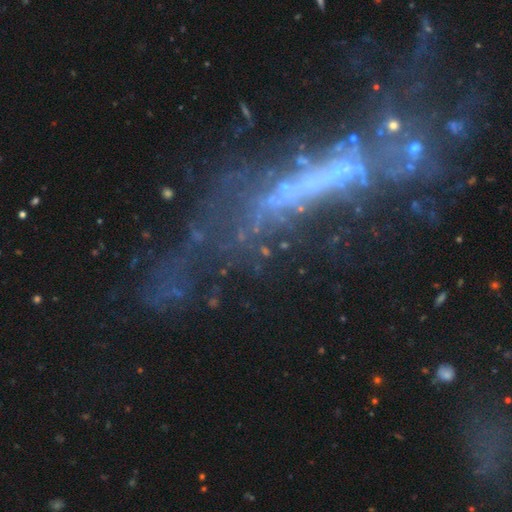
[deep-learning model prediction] Smooth or featured? Predicted: featured or disk (p=0.55). Edge-on disk? Predicted: no (p=0.63). Merging? Predicted: major disturbance (p=0.37).